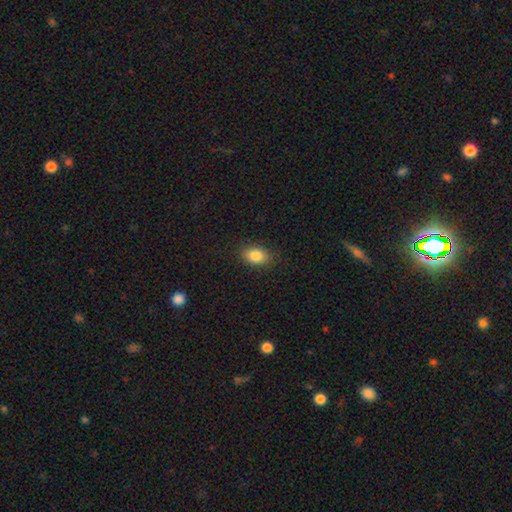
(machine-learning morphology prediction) type=smooth (86%); roundness=in between (80%); merging=none (86%).